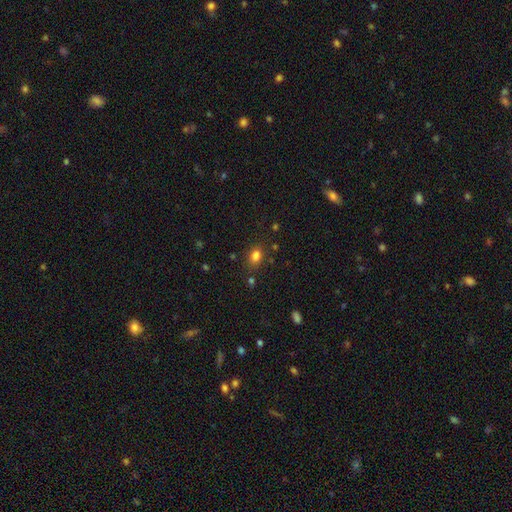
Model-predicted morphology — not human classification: This appears to be a smooth galaxy with no disk features (80%) that is in between round and cigar-shaped (64%). Merging: none (79%).